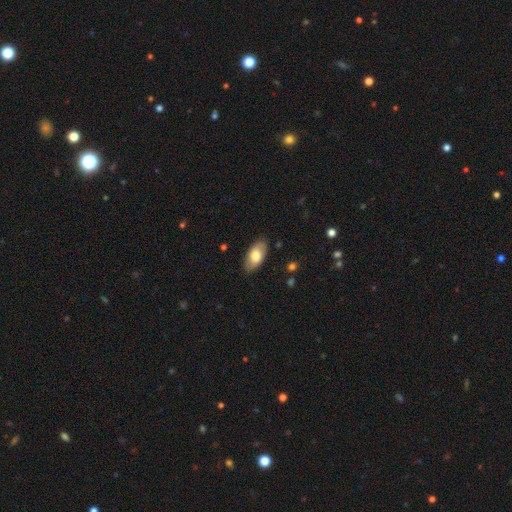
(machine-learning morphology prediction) The model was most divided on "smooth or featured": smooth: 72%, featured or disk: 22%, star or artifact: 6%. More confident: how rounded — in between (93%); merging — none (85%).